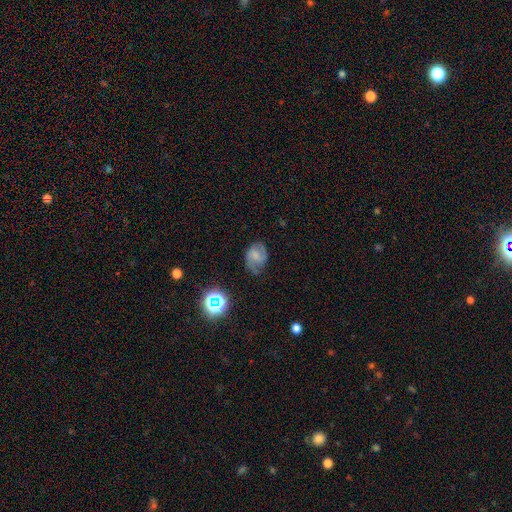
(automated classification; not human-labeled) The model was most divided on "smooth or featured": featured or disk: 45%, smooth: 42%, star or artifact: 13%. More confident: merging — none (58%).